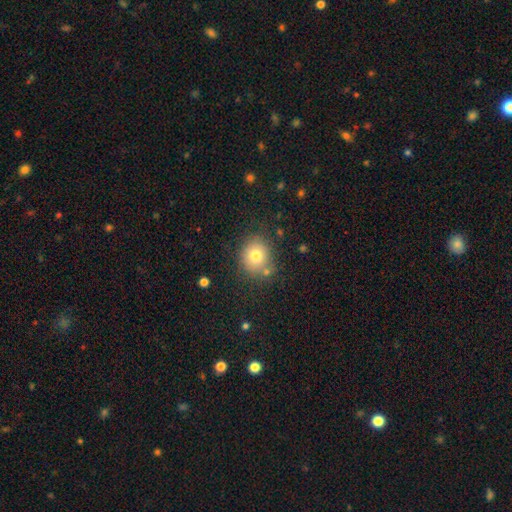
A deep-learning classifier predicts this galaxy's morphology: A smooth galaxy with no disk features (76%) that is round (75%). Merging: none (74%).